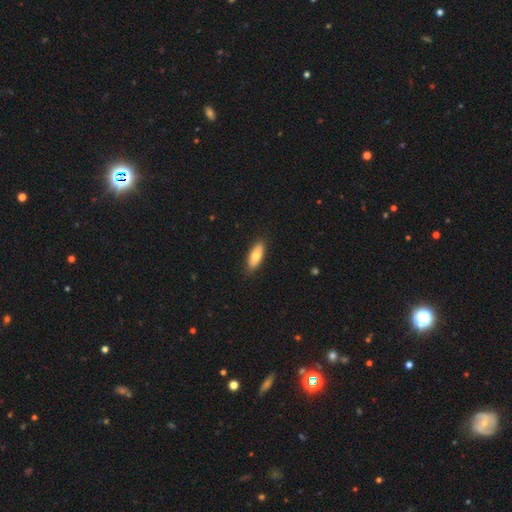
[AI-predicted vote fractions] This appears to be a smooth galaxy with no disk features (75%) that is in between round and cigar-shaped (75%). Merging: none (87%).